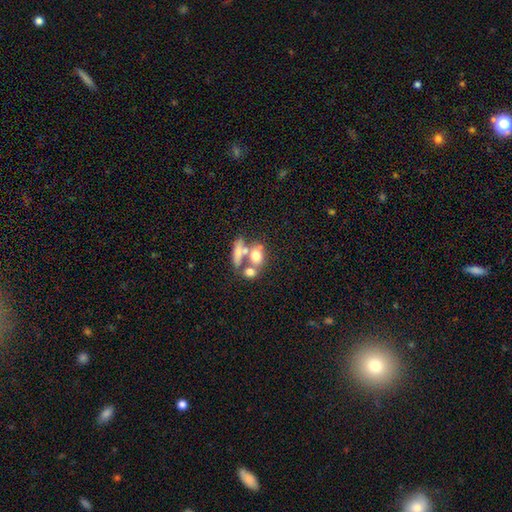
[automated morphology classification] The model was most divided on "merging": merger: 49%, none: 32%, minor disturbance: 10%, major disturbance: 8%. More confident: smooth or featured — smooth (64%); how rounded — in between (59%).